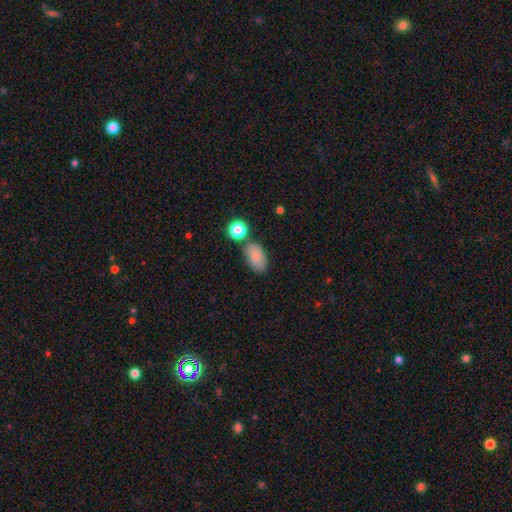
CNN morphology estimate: Smooth or featured: smooth — 81% (featured or disk — 10%)
How rounded: in between — 90% (round — 8%)
Merging: none — 61% (minor disturbance — 21%)